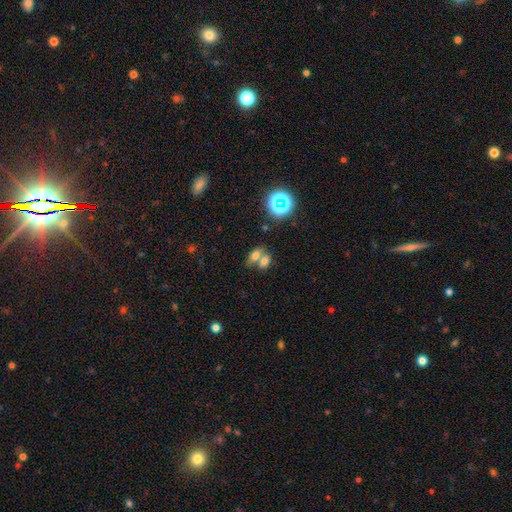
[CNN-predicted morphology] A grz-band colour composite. It shows a smooth galaxy with no disk features (65%) that is in between round and cigar-shaped (77%). Merging: merger (62%).